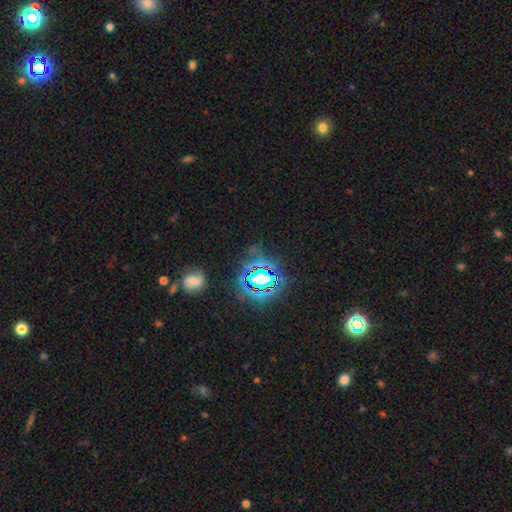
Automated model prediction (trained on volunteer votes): Smooth or featured?
  - star or artifact: 78% *
  - smooth: 14%
  - featured or disk: 8%